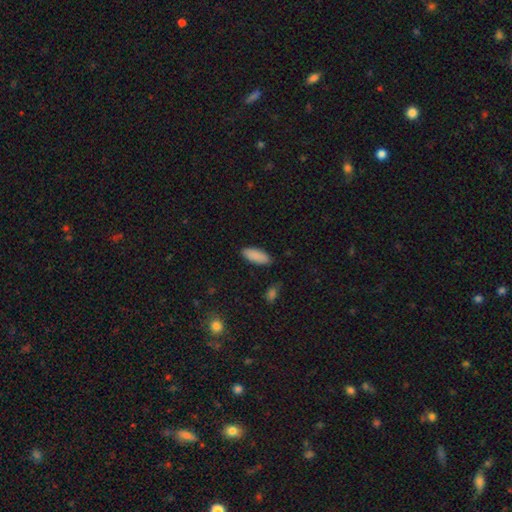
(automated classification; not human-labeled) This appears to be a smooth galaxy with no disk features (89%) that is in between round and cigar-shaped (79%). Merging: none (86%).